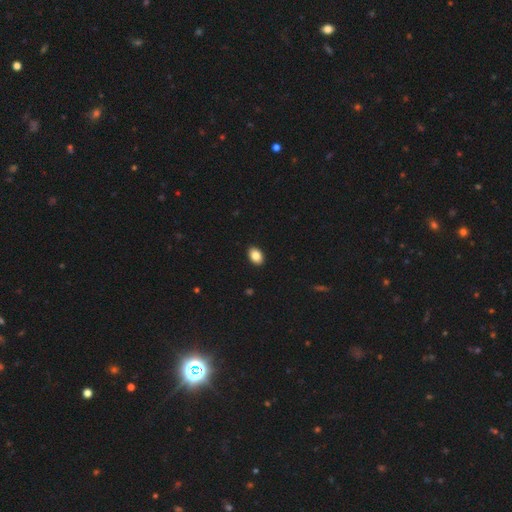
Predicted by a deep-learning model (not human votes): Smooth or featured? smooth (86%)
How rounded? in between (84%)
Merging? none (91%)